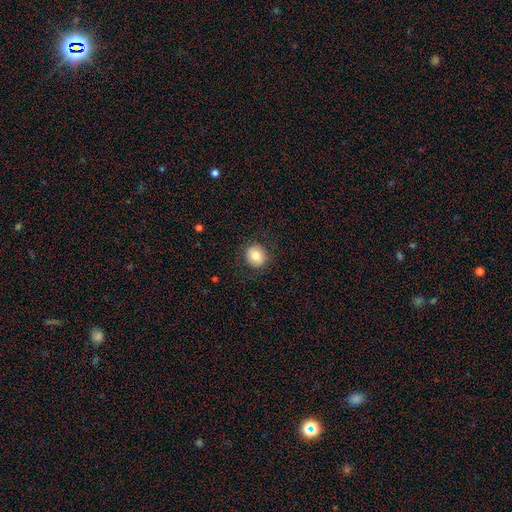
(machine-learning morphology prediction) Smooth or featured? Predicted: smooth (p=0.77). How rounded? Predicted: round (p=0.87). Merging? Predicted: none (p=0.86).